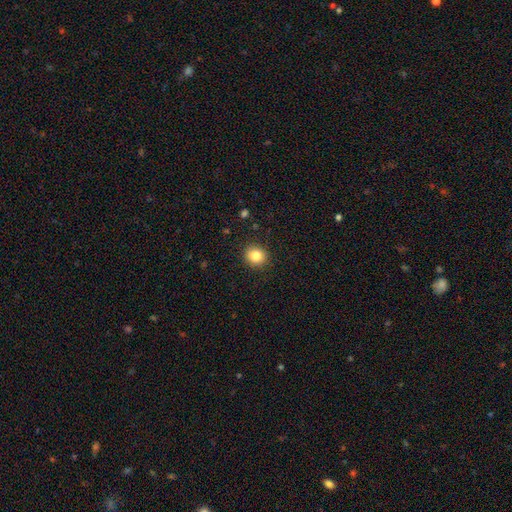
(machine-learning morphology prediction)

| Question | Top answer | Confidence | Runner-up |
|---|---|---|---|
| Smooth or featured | smooth | 83% | star or artifact (10%) |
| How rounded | round | 83% | in between (16%) |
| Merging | none | 91% | minor disturbance (6%) |